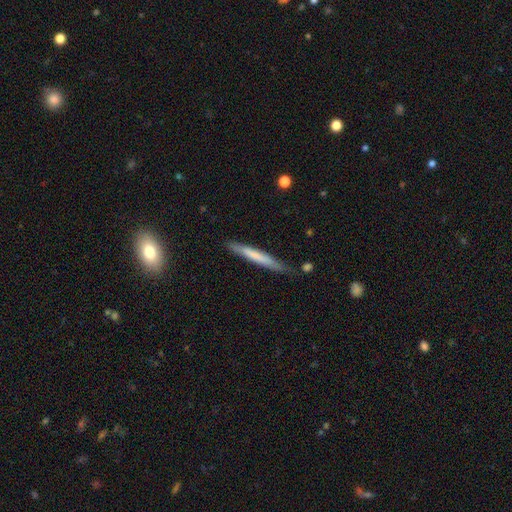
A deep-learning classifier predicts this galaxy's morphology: smooth 62%, featured or disk 32%, star or artifact 6%. Down the decision tree: how rounded — cigar-shaped (96%); merging — none (81%).